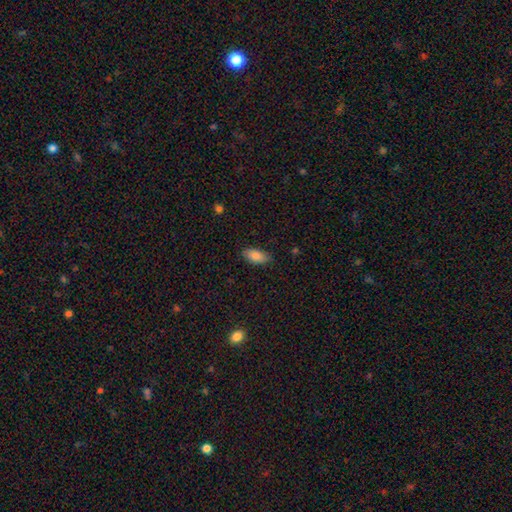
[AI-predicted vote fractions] Q: Smooth or featured?
A: smooth (85%); runner-up: featured or disk (8%)
Q: How rounded?
A: in between (90%); runner-up: cigar-shaped (7%)
Q: Merging?
A: none (84%); runner-up: minor disturbance (13%)